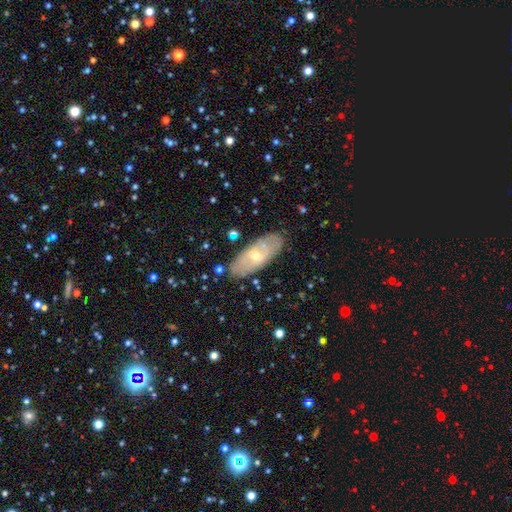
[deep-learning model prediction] This appears to be a featured or disk galaxy (54%). Merging: none (84%).